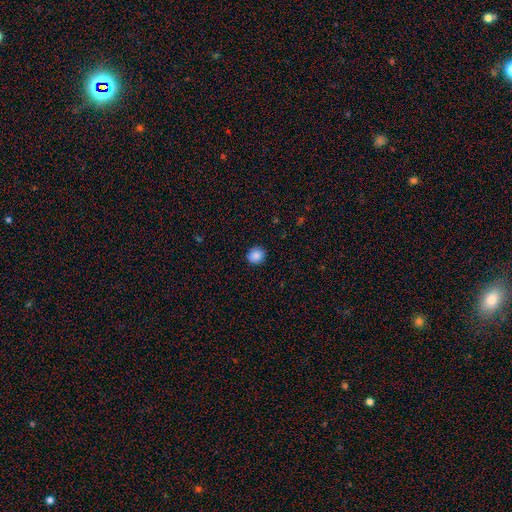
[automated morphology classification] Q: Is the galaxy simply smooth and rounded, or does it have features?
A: smooth — 87%.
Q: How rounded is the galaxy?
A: round — 88%.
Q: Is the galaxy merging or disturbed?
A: none — 88%.